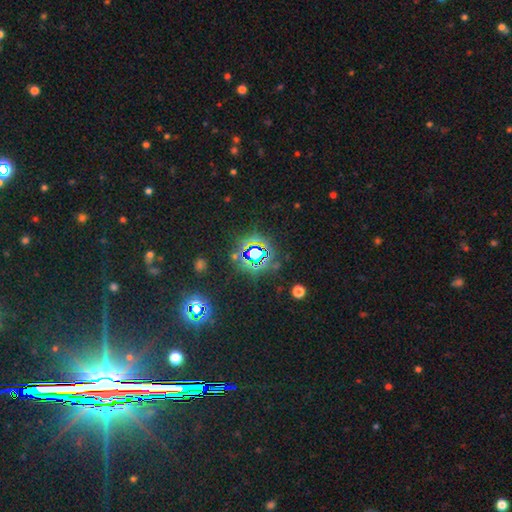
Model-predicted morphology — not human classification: Q: Smooth or featured?
A: star or artifact (78%); runner-up: smooth (13%)